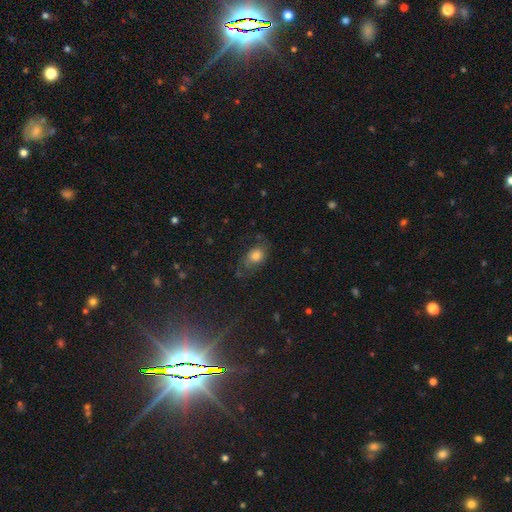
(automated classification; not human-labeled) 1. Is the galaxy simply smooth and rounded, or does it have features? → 60% smooth, 26% featured or disk, 13% star or artifact.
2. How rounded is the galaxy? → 70% in between, 27% round, 3% cigar-shaped.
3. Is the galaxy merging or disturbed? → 56% none, 26% minor disturbance, 16% major disturbance, 2% merger.